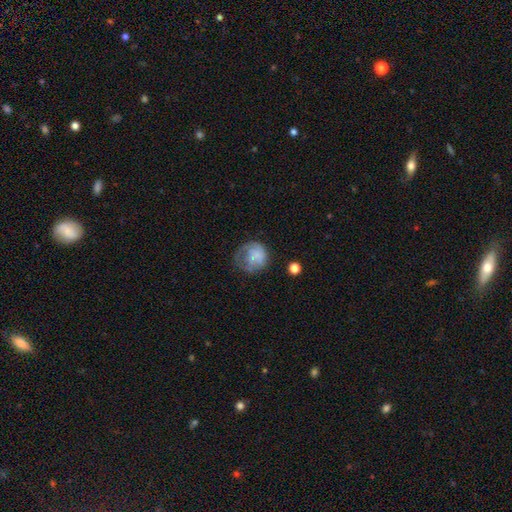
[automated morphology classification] A smooth galaxy with no disk features (57%) that is round (78%).

Vote fractions:
- Smooth or featured? smooth: 57% / featured or disk: 33% / star or artifact: 10%
- How rounded? round: 78% / in between: 21% / cigar-shaped: 1%
- Merging? none: 42% / major disturbance: 30% / minor disturbance: 25% / merger: 3%